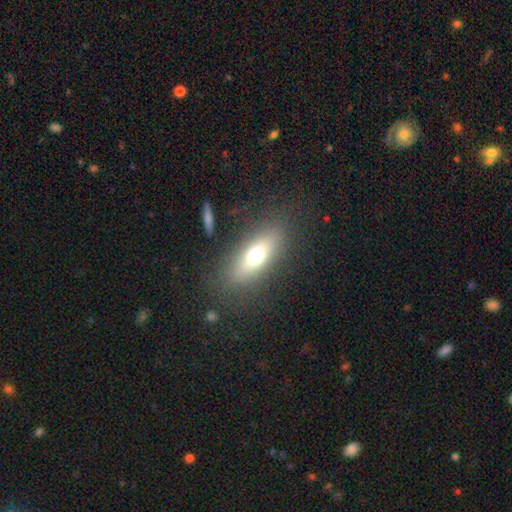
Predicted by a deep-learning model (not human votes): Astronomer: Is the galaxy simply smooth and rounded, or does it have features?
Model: smooth — 62%.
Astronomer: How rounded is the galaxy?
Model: in between — 71%.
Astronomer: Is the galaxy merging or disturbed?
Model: none — 82%.